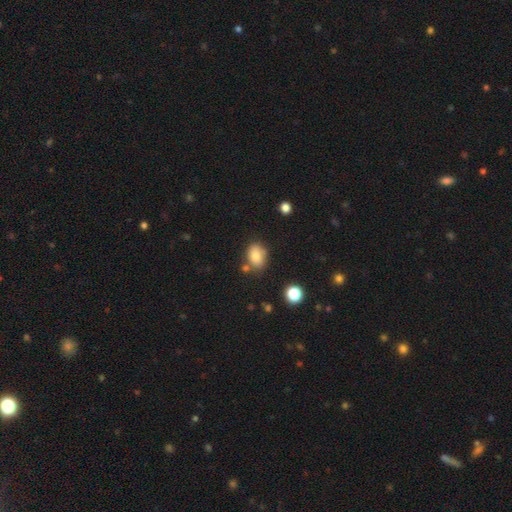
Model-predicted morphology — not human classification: type=smooth (81%); roundness=in between (74%); merging=none (70%).